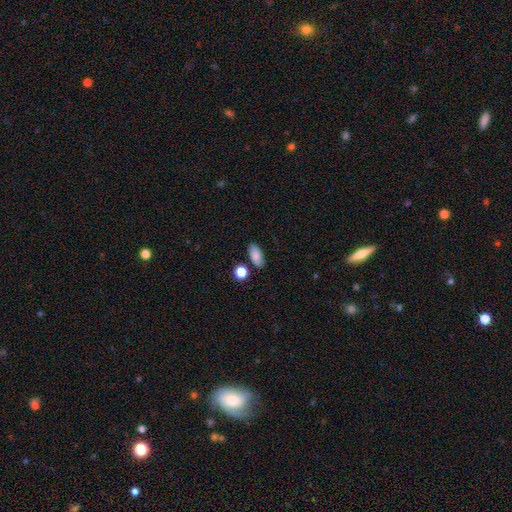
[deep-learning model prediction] A smooth galaxy with no disk features (83%) that is in between round and cigar-shaped (87%). Merging: none (80%).